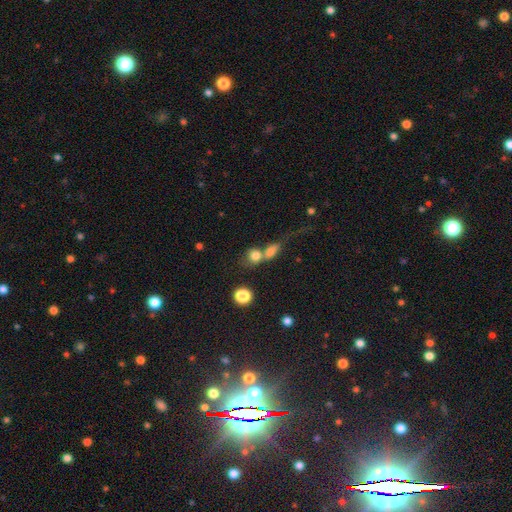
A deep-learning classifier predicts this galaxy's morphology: A smooth galaxy with no disk features (77%) that is round (63%). Merging: merger (56%).